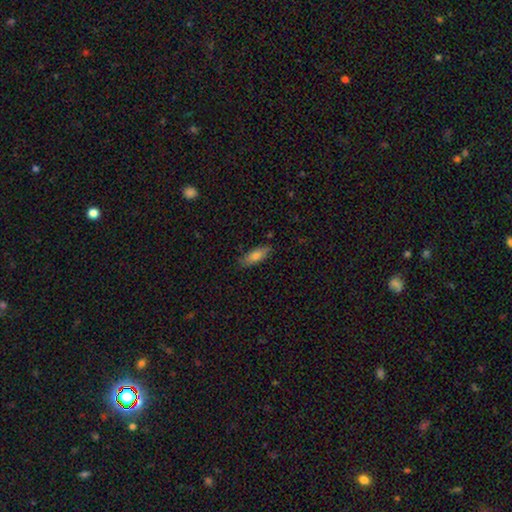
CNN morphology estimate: The model was most divided on "how rounded": in between: 60%, cigar-shaped: 38%, round: 2%. More confident: merging — none (82%); smooth or featured — smooth (75%).